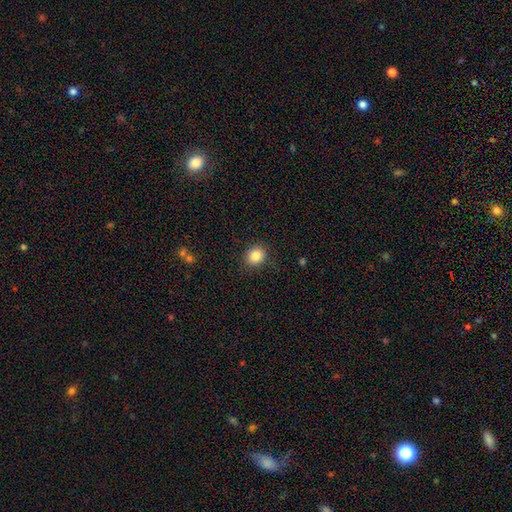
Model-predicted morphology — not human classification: This appears to be a smooth galaxy with no disk features (85%) that is round (69%). Merging: none (89%).